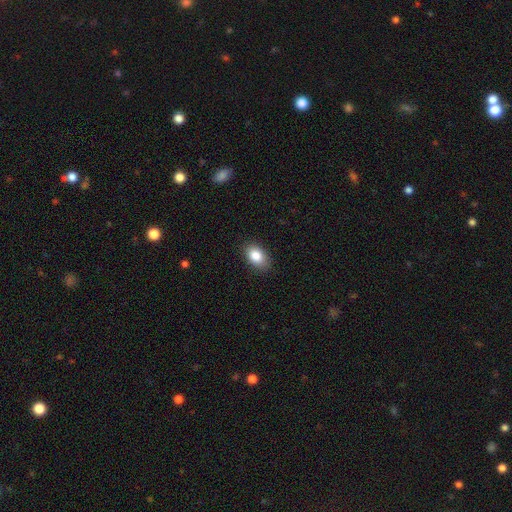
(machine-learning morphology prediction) Smooth or featured? Predicted: smooth (p=0.86). How rounded? Predicted: in between (p=0.86). Merging? Predicted: none (p=0.86).